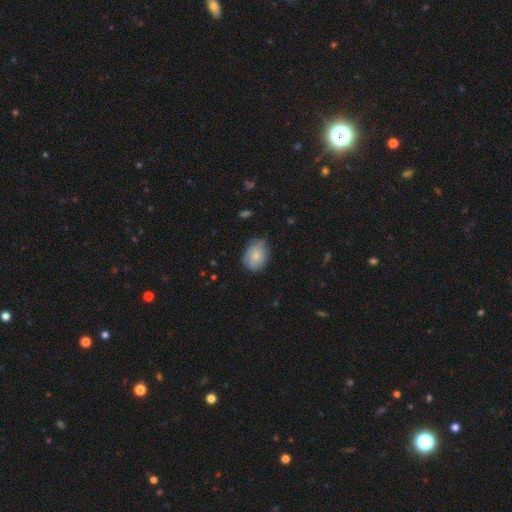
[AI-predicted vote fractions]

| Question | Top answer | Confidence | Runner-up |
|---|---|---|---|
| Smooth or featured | smooth | 78% | featured or disk (15%) |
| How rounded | in between | 70% | round (29%) |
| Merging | none | 69% | minor disturbance (25%) |